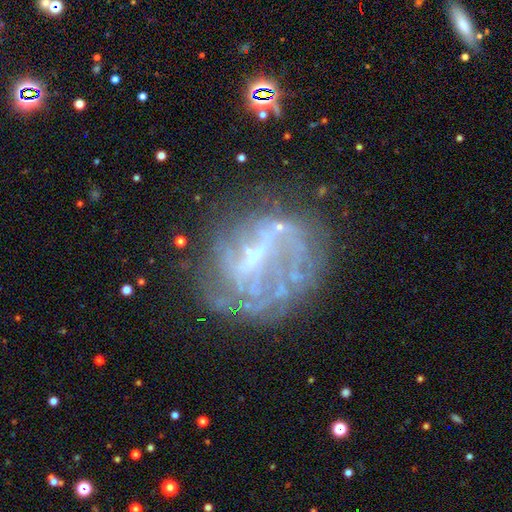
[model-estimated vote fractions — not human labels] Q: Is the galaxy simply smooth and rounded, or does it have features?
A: featured or disk — 71%.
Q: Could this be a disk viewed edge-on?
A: no — 97%.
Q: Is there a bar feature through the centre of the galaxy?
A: weak — 39%.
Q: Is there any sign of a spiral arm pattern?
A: no — 54%.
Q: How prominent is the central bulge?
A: none — 45%.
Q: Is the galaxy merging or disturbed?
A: none — 50%.